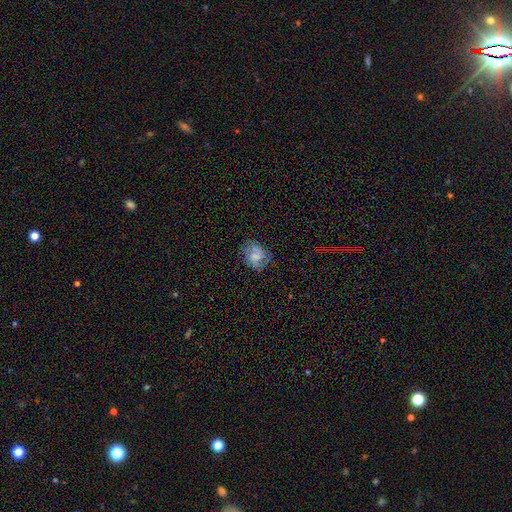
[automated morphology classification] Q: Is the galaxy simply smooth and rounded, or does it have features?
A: featured or disk — 47%.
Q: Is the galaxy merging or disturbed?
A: none — 70%.